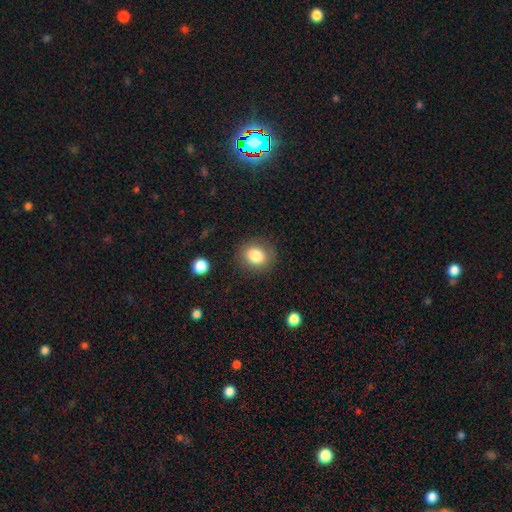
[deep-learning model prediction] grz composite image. It shows a smooth galaxy with no disk features (83%) that is round (72%). Merging: none (85%).